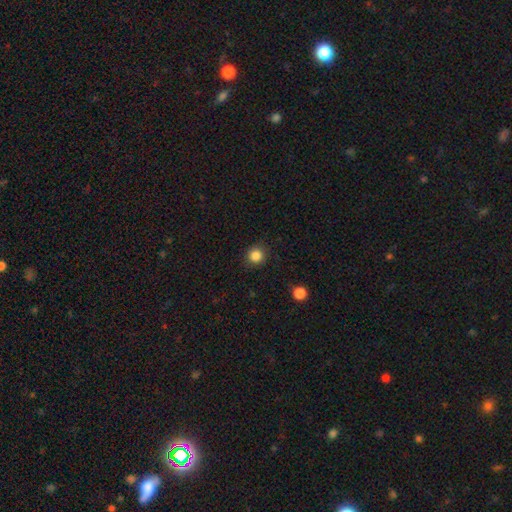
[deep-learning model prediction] smooth 85%, star or artifact 11%, featured or disk 4%. Down the decision tree: how rounded — round (90%); merging — none (89%).